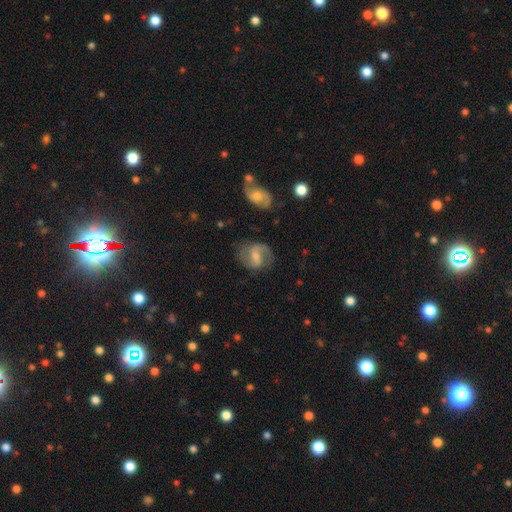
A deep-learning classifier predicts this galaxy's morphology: smooth_or_featured: featured or disk (p=0.72) [alt: smooth p=0.21]
disk_edge_on: no (p=0.97) [alt: yes p=0.03]
bar: weak (p=0.53) [alt: strong p=0.24]
has_spiral_arms: yes (p=0.91) [alt: no p=0.09]
spiral_winding: medium (p=0.50) [alt: loose p=0.33]
spiral_arm_count: 2 (p=0.86) [alt: can't tell p=0.06]
bulge_size: small (p=0.50) [alt: moderate p=0.36]
merging: none (p=0.71) [alt: minor disturbance p=0.18]